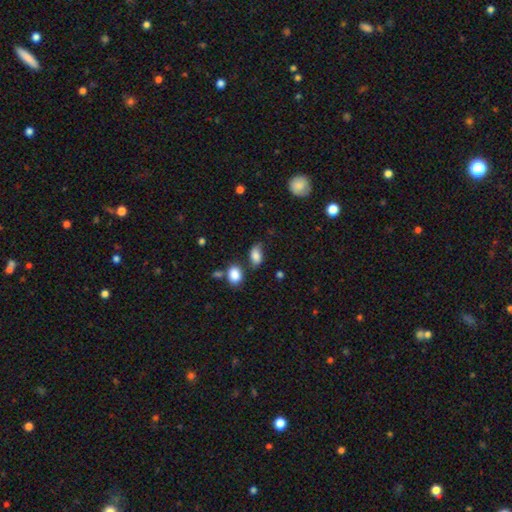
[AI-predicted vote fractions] smooth 79%, featured or disk 12%, star or artifact 10%. Down the decision tree: how rounded — in between (86%); merging — none (52%).